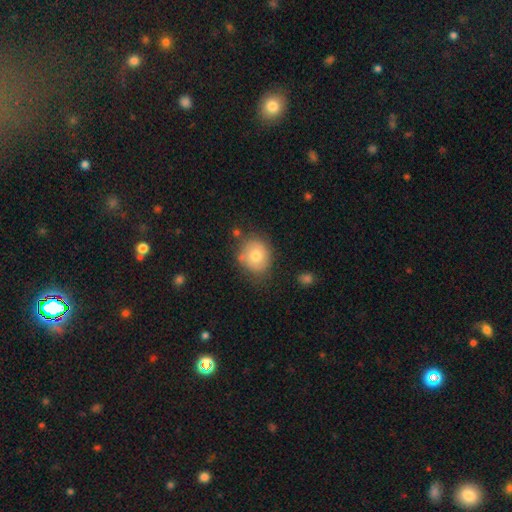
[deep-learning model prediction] smooth-or-featured: smooth: 72% | featured or disk: 18% | star or artifact: 9%
  how-rounded: round: 67% | in between: 32% | cigar-shaped: 1%
  merging: none: 71% | minor disturbance: 19% | merger: 5% | major disturbance: 5%